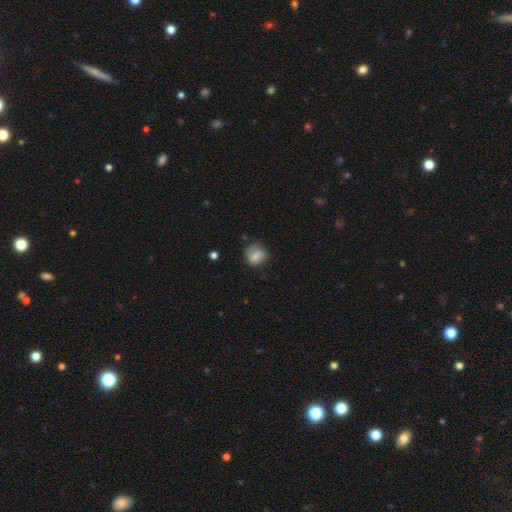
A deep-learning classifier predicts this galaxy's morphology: A smooth galaxy with no disk features (62%) that is round (66%). Merging: none (55%).